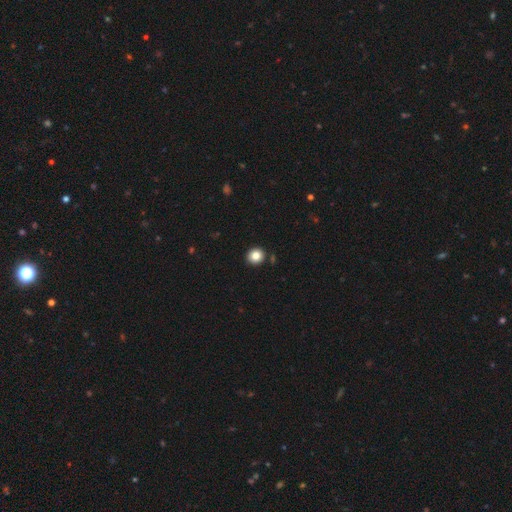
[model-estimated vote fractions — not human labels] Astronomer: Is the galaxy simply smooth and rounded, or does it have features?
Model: smooth — 83%.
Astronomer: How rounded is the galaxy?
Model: round — 88%.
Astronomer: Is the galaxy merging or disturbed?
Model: none — 90%.